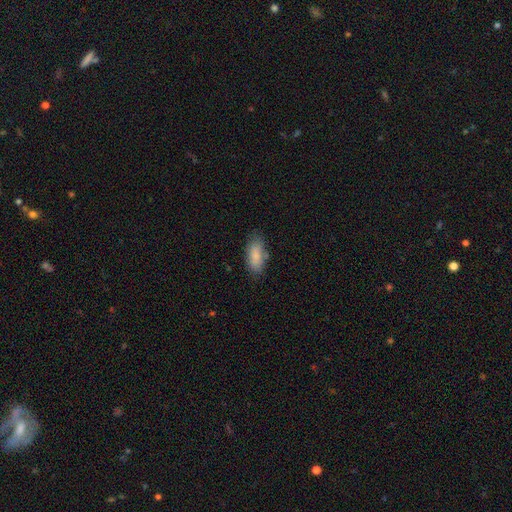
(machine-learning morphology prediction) Smooth or featured? Predicted: smooth (p=0.84). How rounded? Predicted: in between (p=0.86). Merging? Predicted: none (p=0.74).